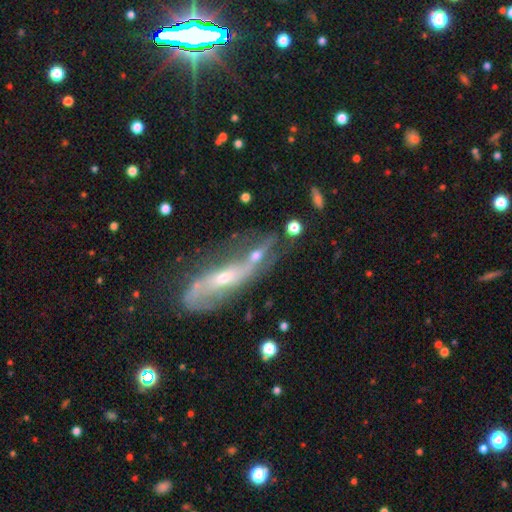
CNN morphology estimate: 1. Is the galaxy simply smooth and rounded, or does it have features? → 54% featured or disk, 31% smooth, 15% star or artifact.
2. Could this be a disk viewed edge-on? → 53% yes, 47% no.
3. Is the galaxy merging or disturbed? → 46% merger, 30% none, 12% minor disturbance, 11% major disturbance.